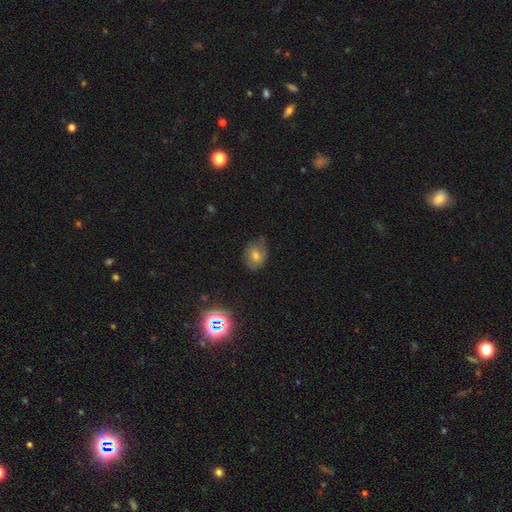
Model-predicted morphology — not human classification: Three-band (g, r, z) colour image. It shows a smooth galaxy with no disk features (56%) that is in between round and cigar-shaped (49%, tied with round). Merging: none (60%).